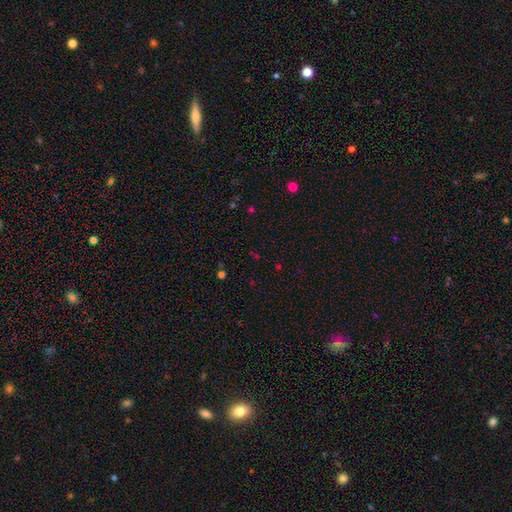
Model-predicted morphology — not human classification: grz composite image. It shows a star or artifact, not a galaxy (58%).